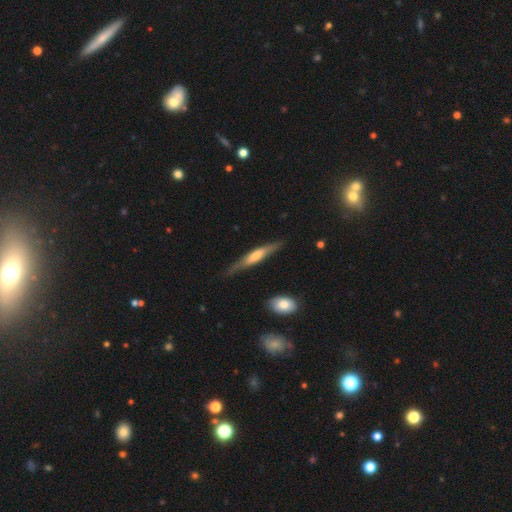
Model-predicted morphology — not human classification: Smooth or featured? featured or disk (57%)
Edge-on disk? yes (91%)
Edge-on bulge? rounded (46%)
Merging? none (77%)